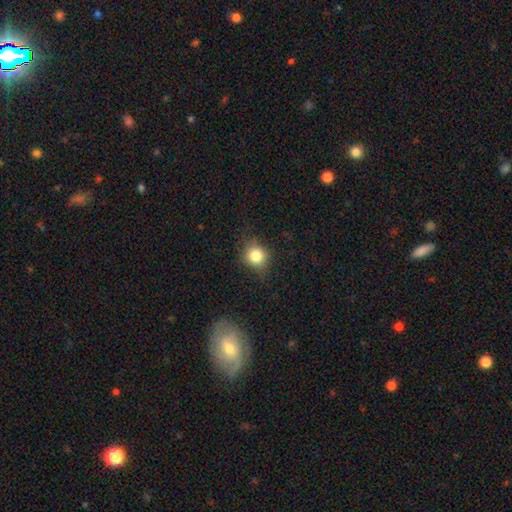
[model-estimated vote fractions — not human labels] Smooth or featured? smooth (80%)
How rounded? round (84%)
Merging? none (79%)